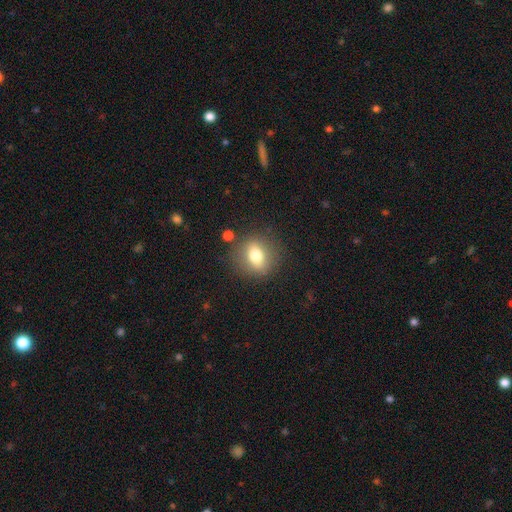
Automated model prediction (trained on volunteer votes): Smooth or featured? smooth (70%)
How rounded? round (61%)
Merging? none (83%)